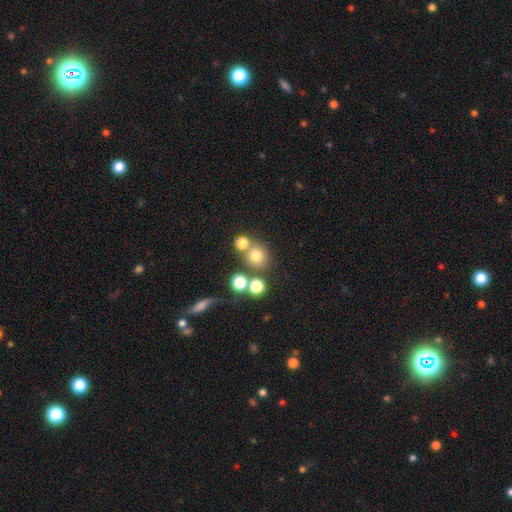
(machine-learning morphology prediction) Smooth or featured? Predicted: smooth (p=0.73). How rounded? Predicted: round (p=0.87). Merging? Predicted: none (p=0.64).